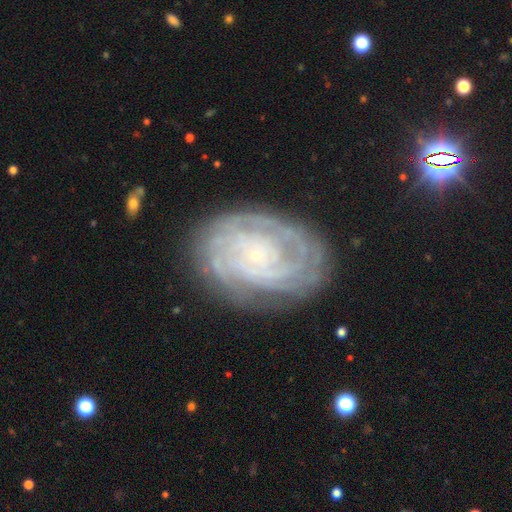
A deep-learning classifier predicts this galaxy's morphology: Smooth or featured? featured or disk (86%)
Edge-on disk? no (96%)
Bar? no (82%)
Spiral arms? yes (95%)
Spiral winding? tight (82%)
Spiral arm count? can't tell (35%)
Bulge size? small (89%)
Merging? none (78%)